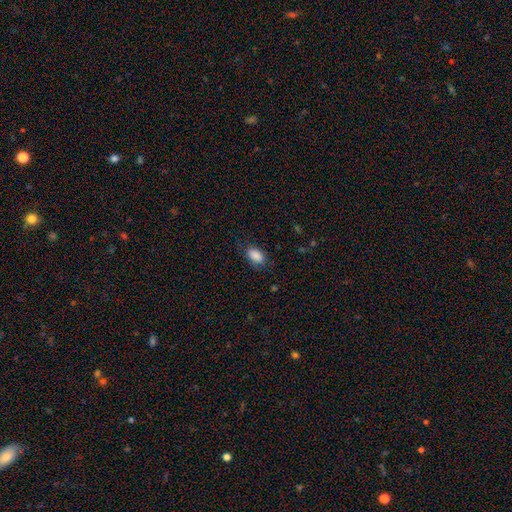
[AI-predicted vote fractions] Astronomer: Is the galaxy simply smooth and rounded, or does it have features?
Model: smooth — 88%.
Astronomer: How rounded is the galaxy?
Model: in between — 91%.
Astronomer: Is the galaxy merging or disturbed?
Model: none — 77%.